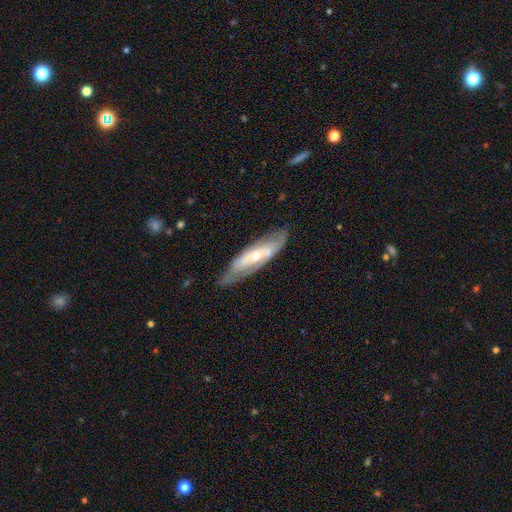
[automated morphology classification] Smooth or featured? Predicted: featured or disk (p=0.68). Edge-on disk? Predicted: no (p=0.71). Merging? Predicted: none (p=0.71).